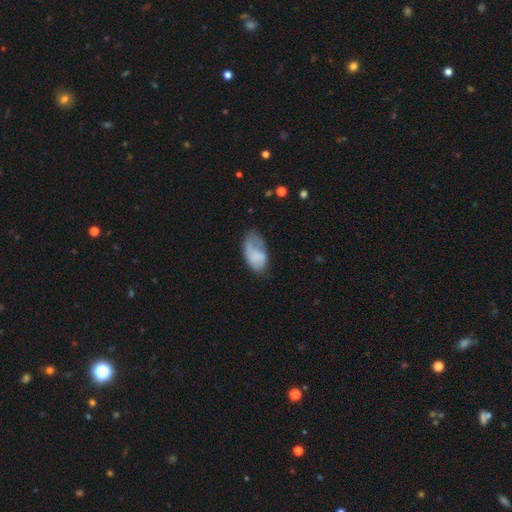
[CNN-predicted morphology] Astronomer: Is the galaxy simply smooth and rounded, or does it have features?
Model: smooth — 68%.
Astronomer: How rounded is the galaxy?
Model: in between — 94%.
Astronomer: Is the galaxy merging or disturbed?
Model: minor disturbance — 35% (runner-up: none, 34%).